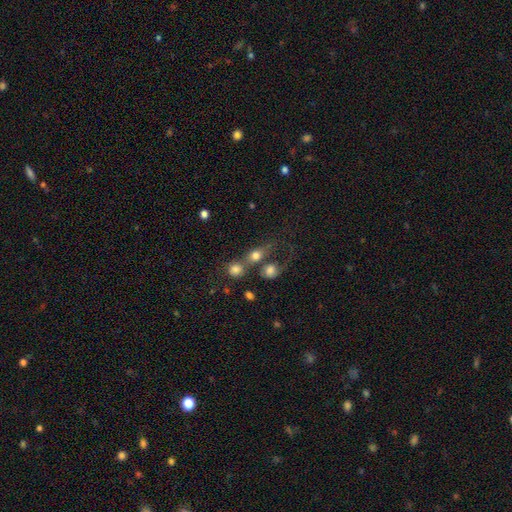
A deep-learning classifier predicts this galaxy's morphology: Smooth or featured?
  - smooth: 72% *
  - featured or disk: 14%
  - star or artifact: 13%
How rounded?
  - round: 55% *
  - in between: 40%
  - cigar-shaped: 4%
Merging?
  - merger: 45% *
  - none: 33%
  - major disturbance: 12%
  - minor disturbance: 11%